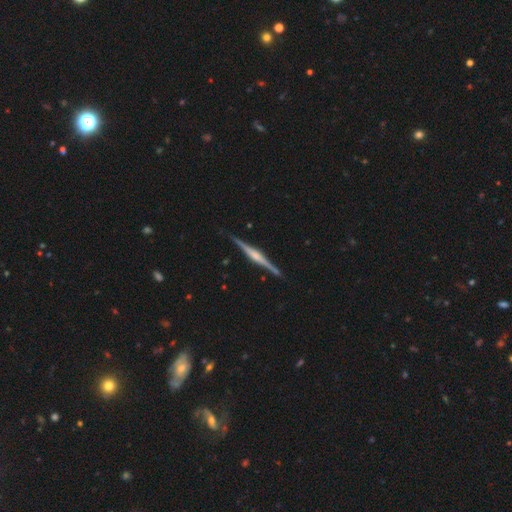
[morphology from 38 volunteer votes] Smooth or featured?
  - featured or disk: 76% *
  - smooth: 16%
  - star or artifact: 8%
Edge-on disk?
  - yes: 100% *
  - no: 0%
Edge-on bulge?
  - rounded: 79% *
  - boxy: 21%
  - none: 0%
Merging?
  - none: 91% *
  - minor disturbance: 6%
  - merger: 3%
  - major disturbance: 0%